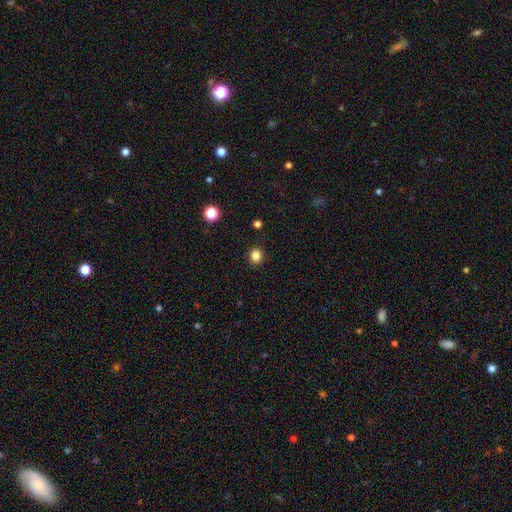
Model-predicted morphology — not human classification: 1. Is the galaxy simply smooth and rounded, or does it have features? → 83% smooth, 13% star or artifact, 4% featured or disk.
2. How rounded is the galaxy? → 82% round, 17% in between, 1% cigar-shaped.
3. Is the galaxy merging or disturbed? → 91% none, 6% minor disturbance, 2% major disturbance, 1% merger.